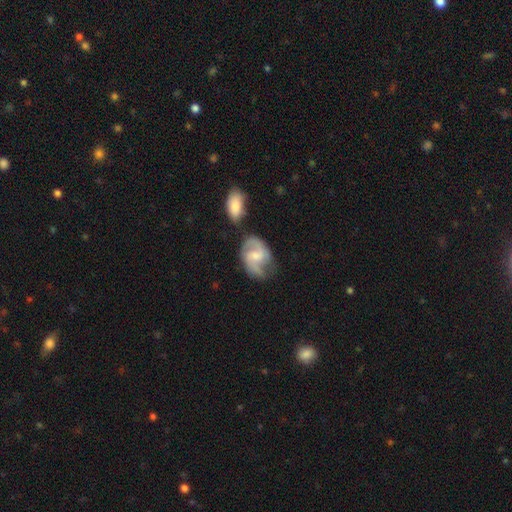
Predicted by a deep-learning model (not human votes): Smooth or featured: featured or disk — 77% (smooth — 18%)
Edge-on disk: no — 97% (yes — 3%)
Bar: weak — 51% (no — 39%)
Spiral arms: yes — 93% (no — 7%)
Spiral winding: medium — 52% (loose — 31%)
Spiral arm count: 2 — 83% (can't tell — 7%)
Bulge size: small — 53% (moderate — 36%)
Merging: none — 55% (minor disturbance — 23%)